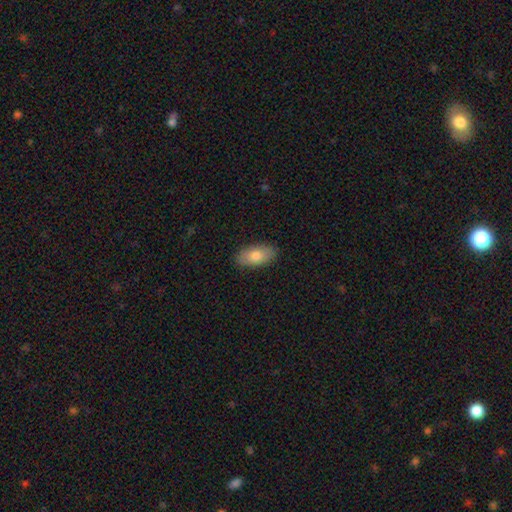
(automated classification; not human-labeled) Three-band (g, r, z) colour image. It shows a smooth galaxy with no disk features (79%) that is in between round and cigar-shaped (93%). Merging: none (87%).